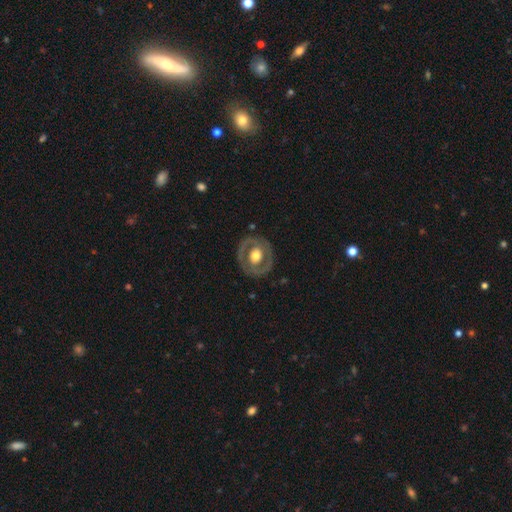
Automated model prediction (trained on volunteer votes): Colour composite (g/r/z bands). It shows a featured or disk galaxy (65%) with no bar (71%), no spiral arms (66%) and a moderate central bulge (56%). Merging: none (81%).